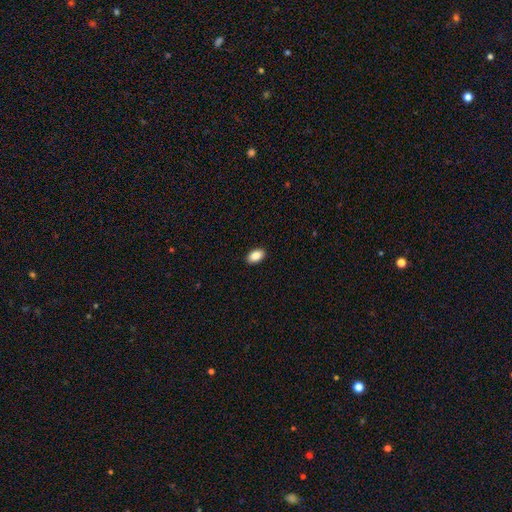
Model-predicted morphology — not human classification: The model was most divided on "smooth or featured": smooth: 88%, star or artifact: 7%, featured or disk: 4%. More confident: how rounded — in between (93%); merging — none (91%).